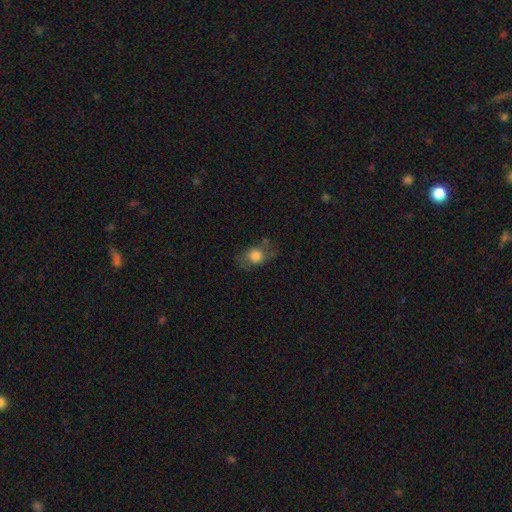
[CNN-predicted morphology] A smooth galaxy with no disk features (70%) that is in between round and cigar-shaped (49%, tied with round). Merging: none (62%).